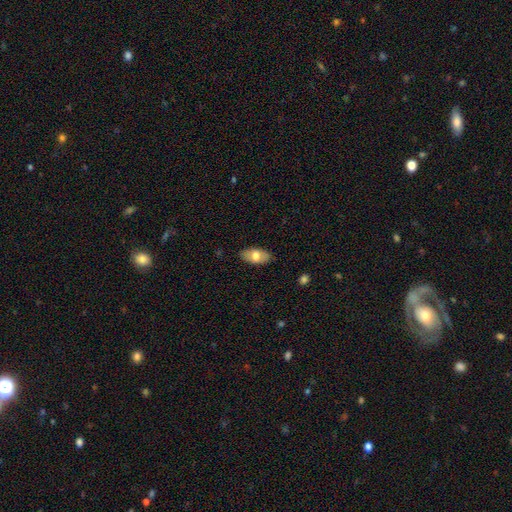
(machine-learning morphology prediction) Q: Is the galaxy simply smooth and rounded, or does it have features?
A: smooth — 70%.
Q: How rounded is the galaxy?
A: in between — 93%.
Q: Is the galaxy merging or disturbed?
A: none — 86%.